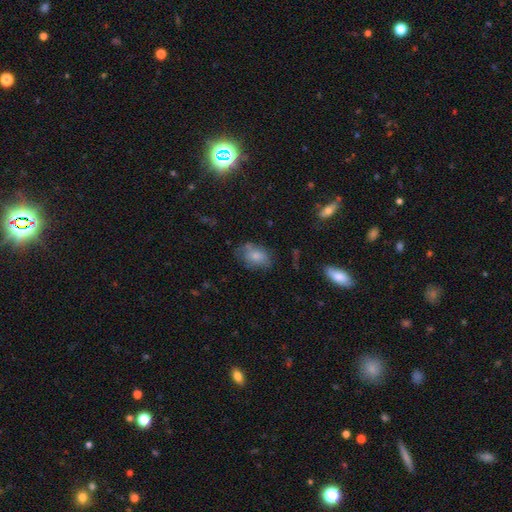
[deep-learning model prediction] A smooth galaxy with no disk features (75%) that is in between round and cigar-shaped (78%). Merging: none (58%).